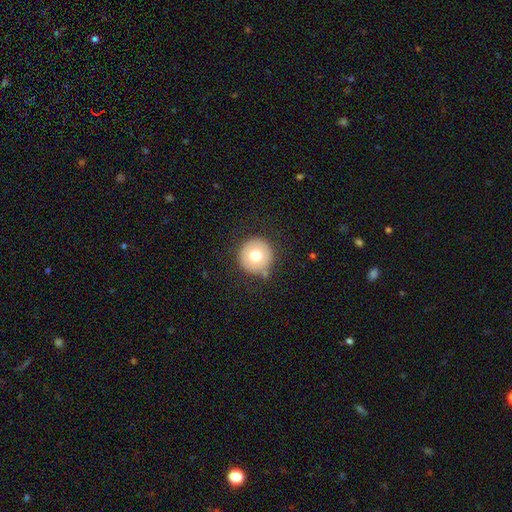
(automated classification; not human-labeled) Smooth or featured? smooth (71%)
How rounded? round (96%)
Merging? none (83%)